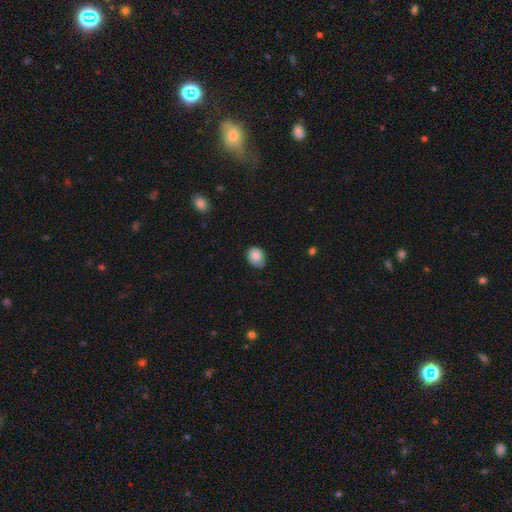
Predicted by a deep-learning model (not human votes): Morphology: type=smooth (82%); roundness=in between (55%); merging=none (59%).